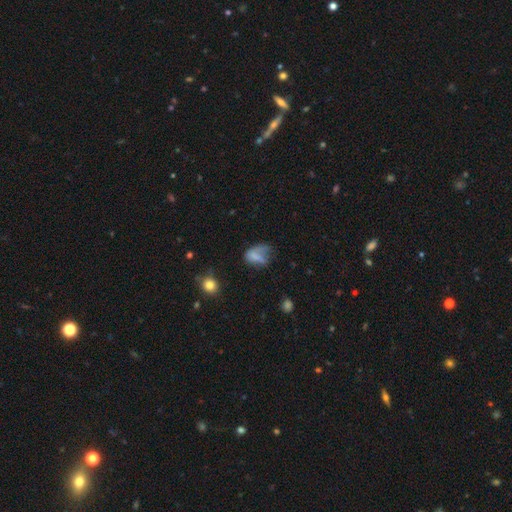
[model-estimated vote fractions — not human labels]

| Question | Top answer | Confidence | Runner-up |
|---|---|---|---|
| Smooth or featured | smooth | 62% | featured or disk (25%) |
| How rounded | in between | 79% | round (16%) |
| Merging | major disturbance | 43% | minor disturbance (27%) |